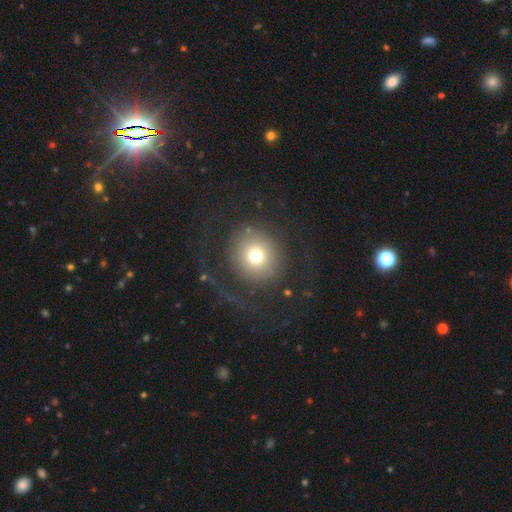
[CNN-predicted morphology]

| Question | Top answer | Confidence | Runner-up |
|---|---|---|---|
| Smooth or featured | smooth | 68% | featured or disk (18%) |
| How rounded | round | 90% | in between (9%) |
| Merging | none | 59% | major disturbance (28%) |